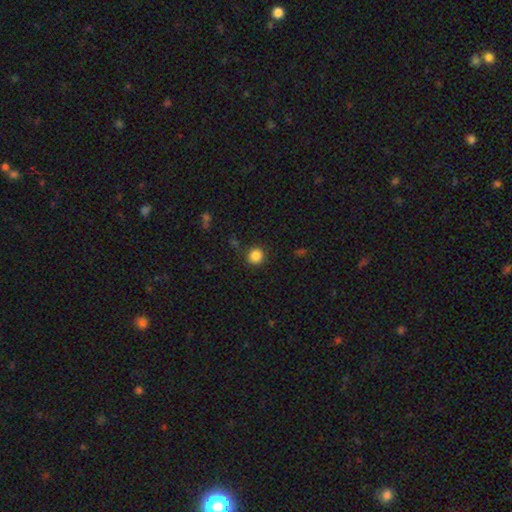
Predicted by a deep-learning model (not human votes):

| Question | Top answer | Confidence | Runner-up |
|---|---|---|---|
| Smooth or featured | smooth | 85% | star or artifact (11%) |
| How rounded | round | 92% | in between (7%) |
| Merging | none | 88% | minor disturbance (7%) |